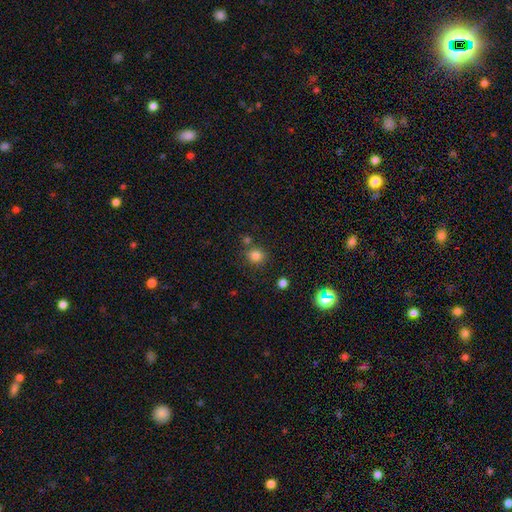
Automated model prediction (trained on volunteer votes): Smooth or featured: smooth — 81% (star or artifact — 14%)
How rounded: round — 84% (in between — 15%)
Merging: none — 74% (merger — 12%)